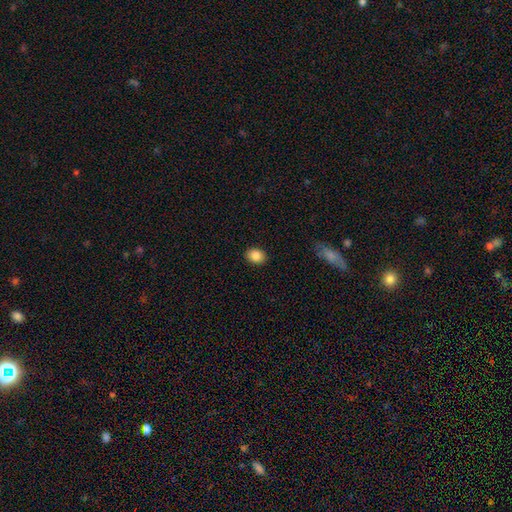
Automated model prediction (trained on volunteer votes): Overall: smooth (86%). How rounded: in between (56%; round 43%). Merging: none (89%).